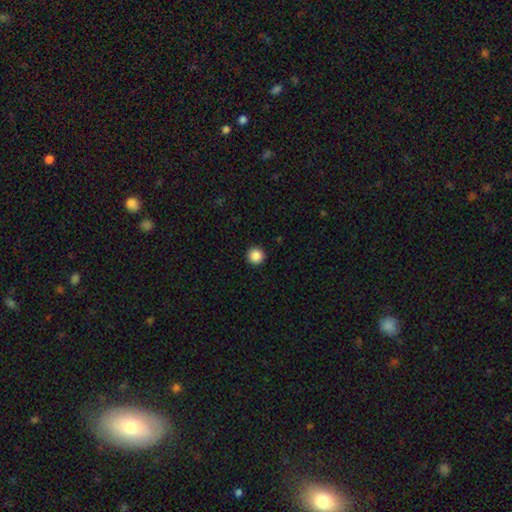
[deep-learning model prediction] Smooth or featured? smooth (87%)
How rounded? round (96%)
Merging? none (93%)